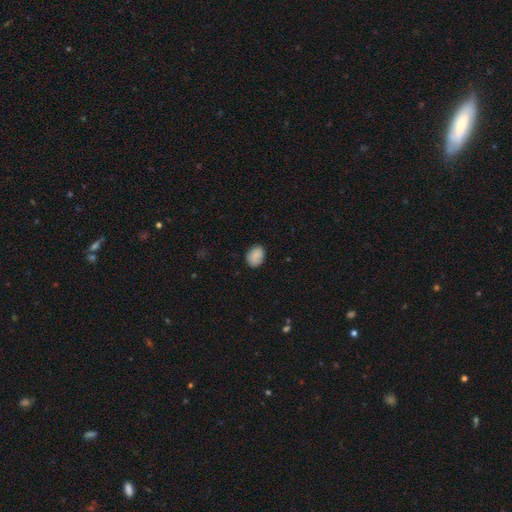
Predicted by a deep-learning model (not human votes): smooth 86%, star or artifact 8%, featured or disk 7%. Down the decision tree: how rounded — in between (61%); merging — none (80%).